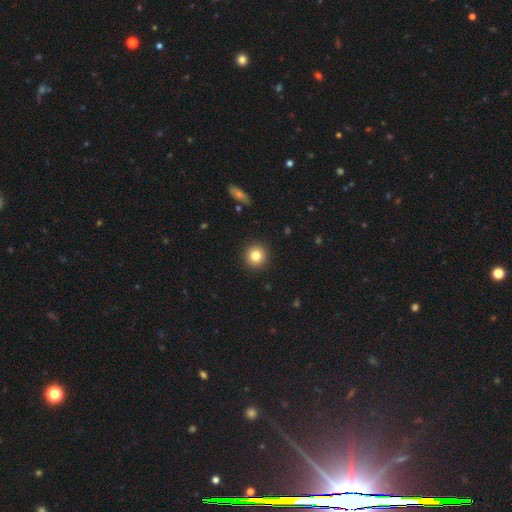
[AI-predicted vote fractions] Smooth or featured? smooth (82%)
How rounded? round (93%)
Merging? none (92%)